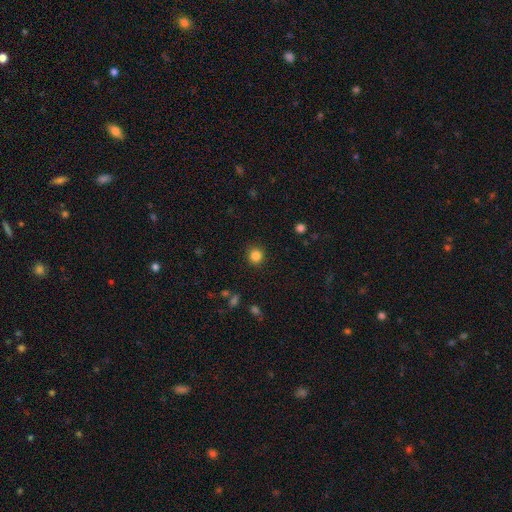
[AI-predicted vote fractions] Smooth or featured? Predicted: smooth (p=0.84). How rounded? Predicted: round (p=0.92). Merging? Predicted: none (p=0.91).